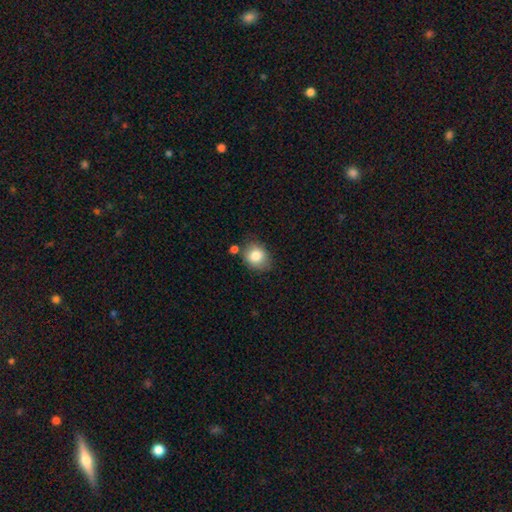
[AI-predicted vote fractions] Overall: smooth (83%). How rounded: round (61%; in between 39%). Merging: none (71%).